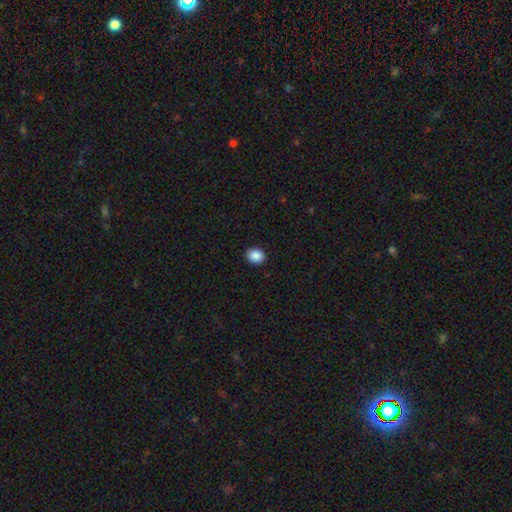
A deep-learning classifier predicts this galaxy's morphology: type=smooth (88%); roundness=round (61%); merging=none (92%).